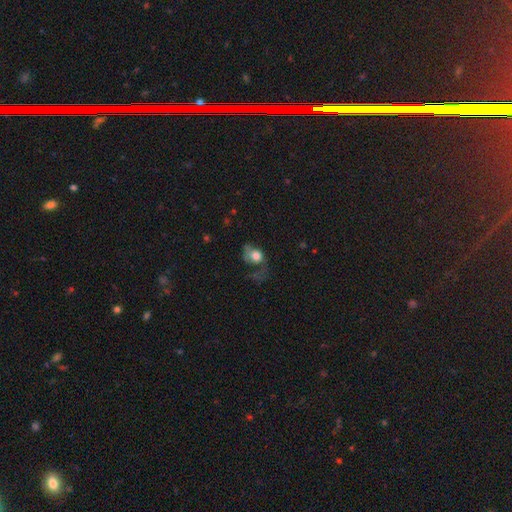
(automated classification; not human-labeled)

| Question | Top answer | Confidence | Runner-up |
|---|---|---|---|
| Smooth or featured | smooth | 64% | featured or disk (26%) |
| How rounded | round | 53% | in between (45%) |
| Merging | major disturbance | 55% | none (23%) |